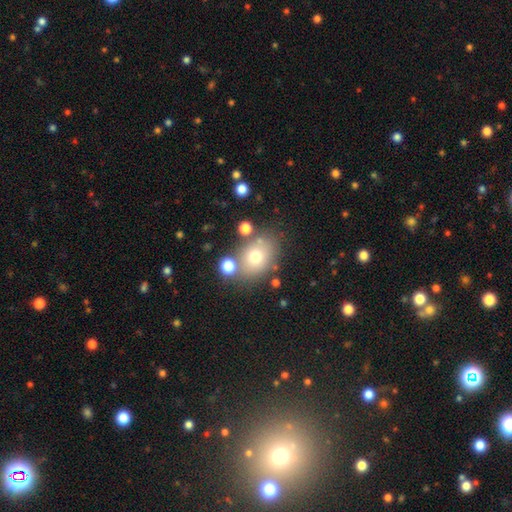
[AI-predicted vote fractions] Smooth or featured? Predicted: smooth (p=0.64). How rounded? Predicted: in between (p=0.53). Merging? Predicted: none (p=0.72).